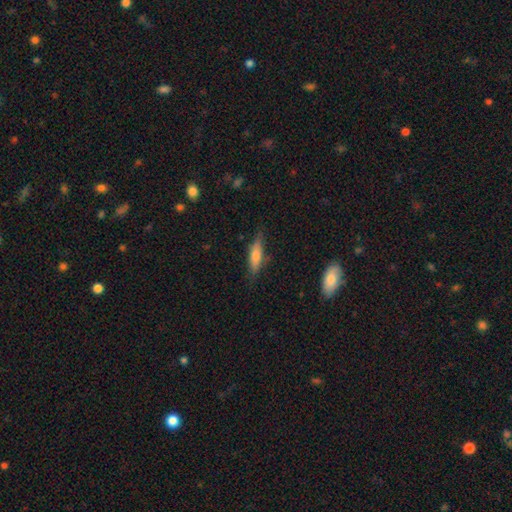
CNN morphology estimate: This appears to be a smooth galaxy with no disk features (57%) that is cigar-shaped (61%). Merging: none (74%).